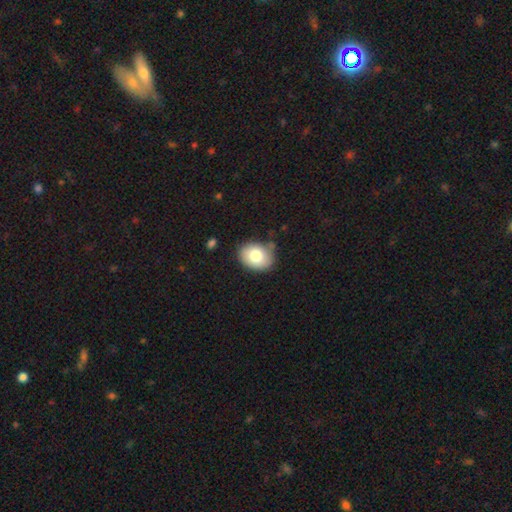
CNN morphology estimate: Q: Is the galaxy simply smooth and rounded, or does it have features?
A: smooth — 79%.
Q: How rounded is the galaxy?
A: in between — 63%.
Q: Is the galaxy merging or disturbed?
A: none — 75%.